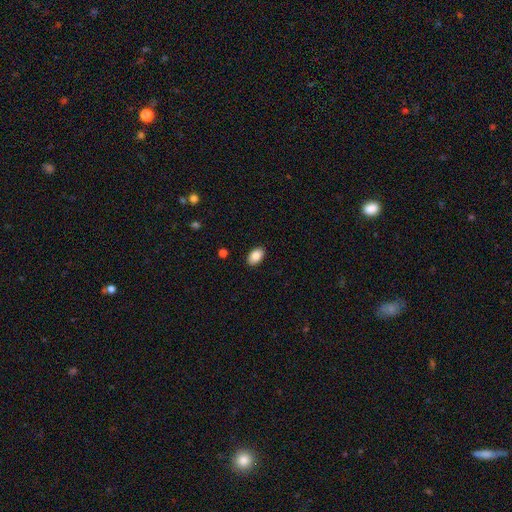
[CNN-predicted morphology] This is clearly a smooth galaxy (87%). How rounded: clearly in between (92%). Merging: clearly none (89%).